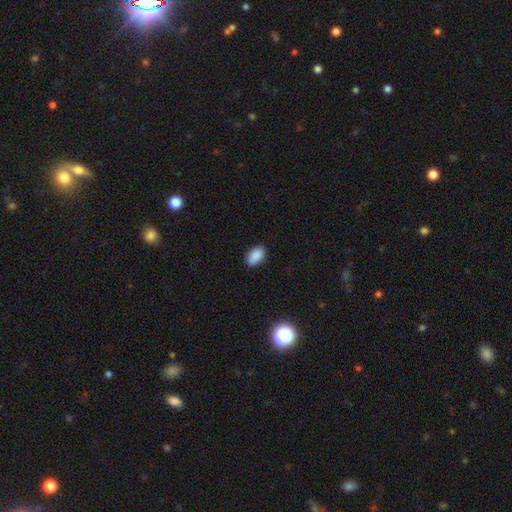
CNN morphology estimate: This appears to be a smooth galaxy with no disk features (89%) that is in between round and cigar-shaped (93%). Merging: none (87%).